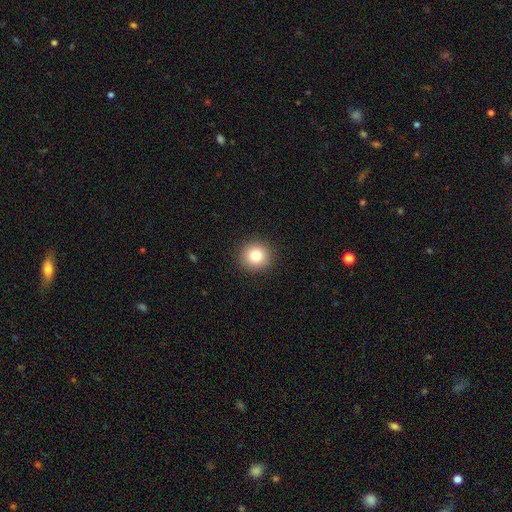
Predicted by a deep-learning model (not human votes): Smooth or featured: smooth — 80% (star or artifact — 11%)
How rounded: round — 93% (in between — 6%)
Merging: none — 92% (minor disturbance — 5%)